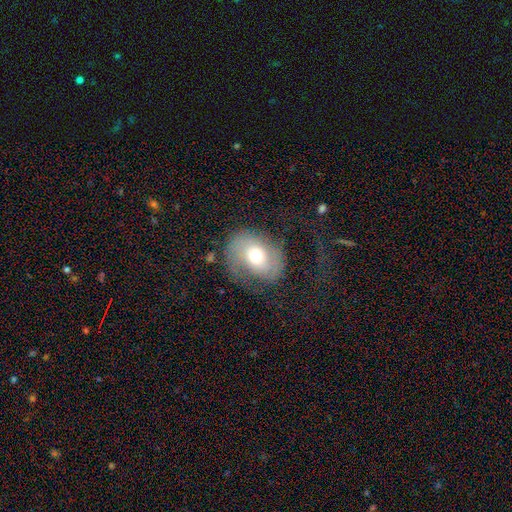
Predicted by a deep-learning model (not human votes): smooth_or_featured: featured or disk (p=0.46) [alt: smooth p=0.45]
merging: none (p=0.58) [alt: minor disturbance p=0.22]